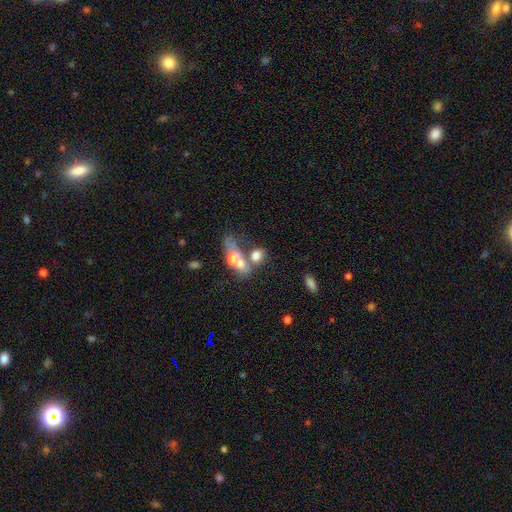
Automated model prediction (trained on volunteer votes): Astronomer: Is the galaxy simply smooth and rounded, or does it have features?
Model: smooth — 61%.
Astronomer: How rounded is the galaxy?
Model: in between — 53% (runner-up: round, 43%).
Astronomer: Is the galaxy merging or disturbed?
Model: merger — 56%.